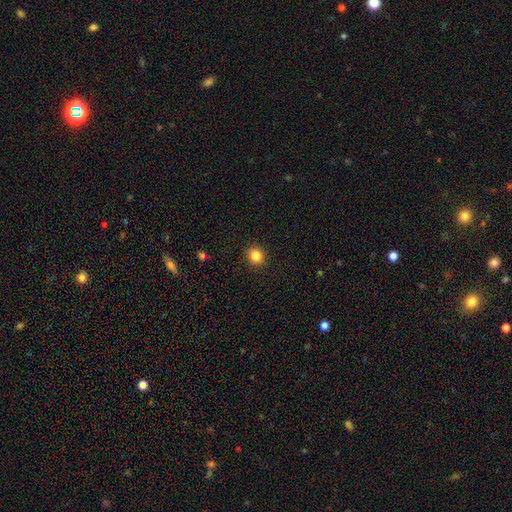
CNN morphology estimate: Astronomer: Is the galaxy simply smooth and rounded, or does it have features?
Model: smooth — 84%.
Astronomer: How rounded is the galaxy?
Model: round — 86%.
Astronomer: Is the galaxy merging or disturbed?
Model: none — 92%.